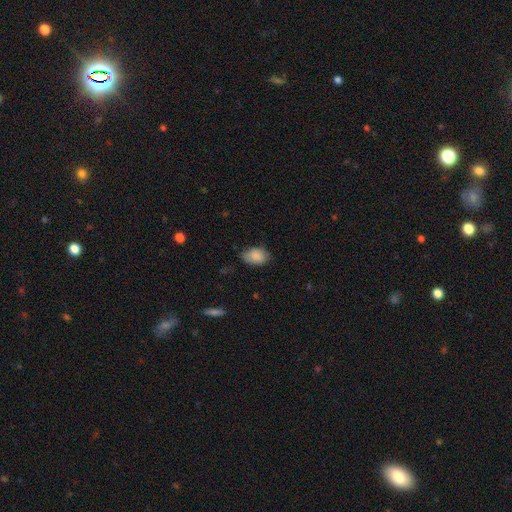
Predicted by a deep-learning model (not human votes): Smooth or featured: smooth — 88% (star or artifact — 7%)
How rounded: in between — 84% (round — 15%)
Merging: none — 70% (minor disturbance — 24%)